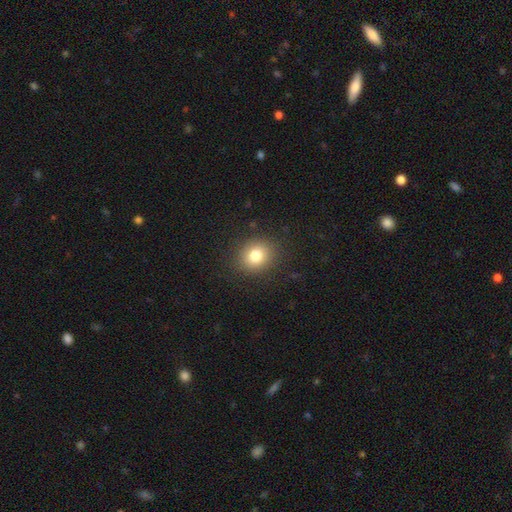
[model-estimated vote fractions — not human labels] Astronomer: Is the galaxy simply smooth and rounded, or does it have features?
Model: smooth — 80%.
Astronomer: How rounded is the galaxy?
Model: round — 70%.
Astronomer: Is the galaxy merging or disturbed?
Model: none — 88%.